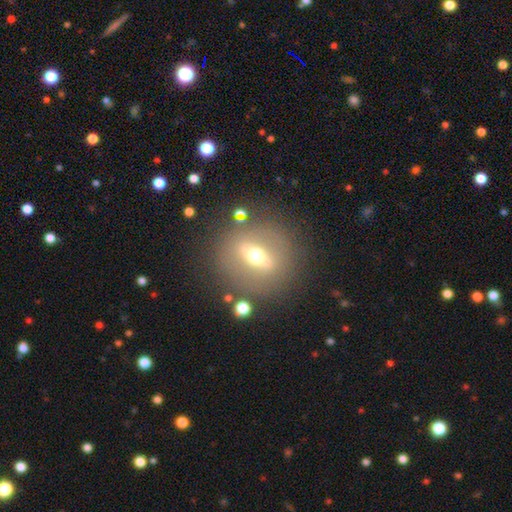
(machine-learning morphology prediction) This appears to be a featured or disk galaxy (60%). Merging: none (82%).